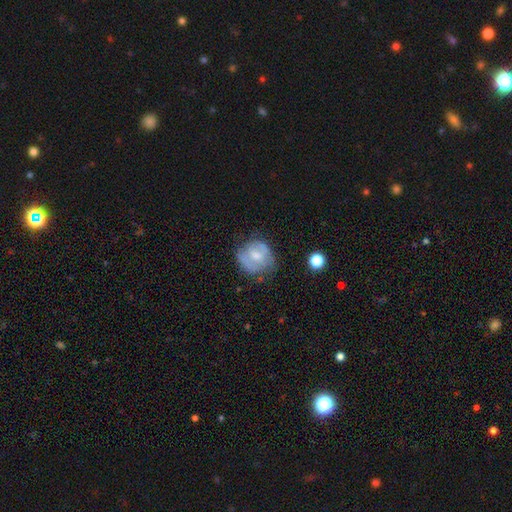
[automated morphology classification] This is possibly a featured or disk galaxy (46%, tied with smooth). Merging: possibly none (56%).